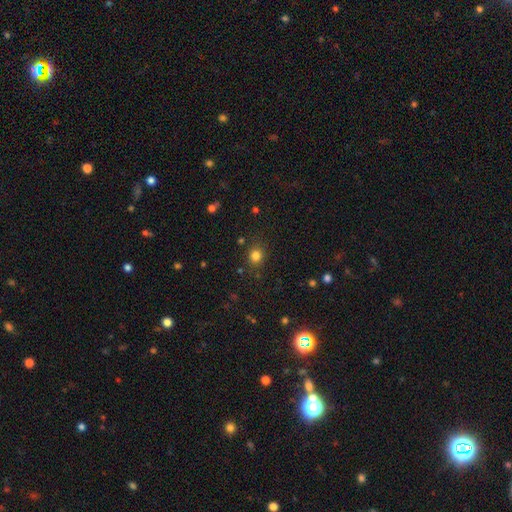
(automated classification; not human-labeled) smooth-or-featured: smooth: 80% | star or artifact: 15% | featured or disk: 6%
  how-rounded: round: 78% | in between: 21% | cigar-shaped: 1%
  merging: none: 83% | minor disturbance: 10% | major disturbance: 4% | merger: 3%